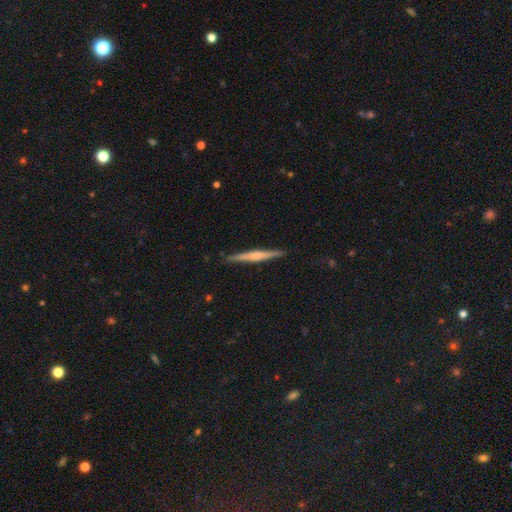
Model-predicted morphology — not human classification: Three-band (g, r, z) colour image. It shows a featured or disk galaxy (61%) viewed edge-on (98%) with a rounded central bulge (54%). Merging: none (90%).